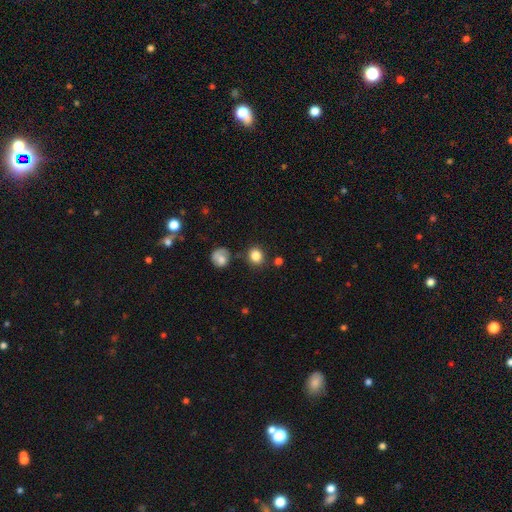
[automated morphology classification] A smooth galaxy with no disk features (82%) that is round (79%). Merging: none (78%).